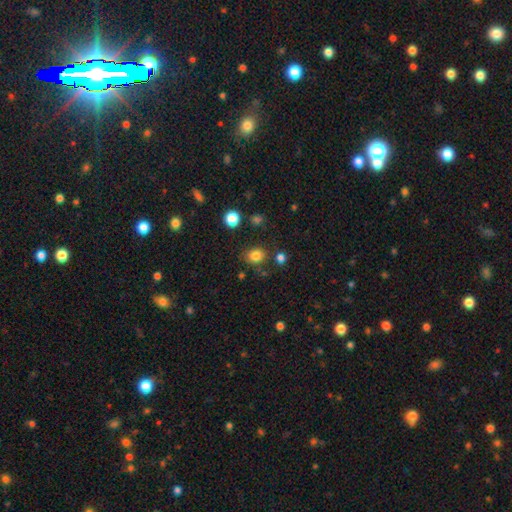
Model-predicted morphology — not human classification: This is clearly a smooth galaxy (82%). How rounded: possibly round (57%). Merging: likely none (78%).